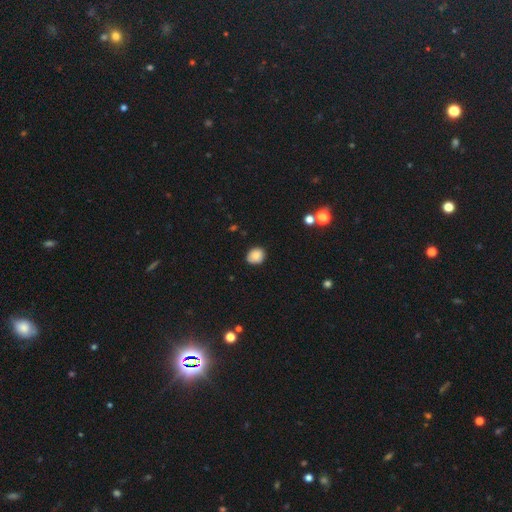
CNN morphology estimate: Smooth or featured: smooth — 83% (star or artifact — 10%)
How rounded: round — 67% (in between — 32%)
Merging: none — 82% (minor disturbance — 14%)